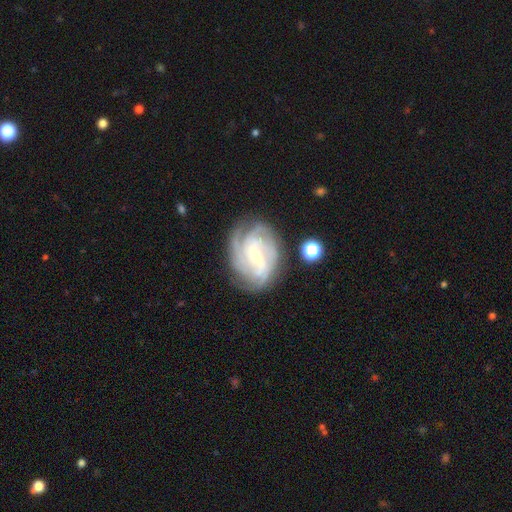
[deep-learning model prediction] Smooth or featured: featured or disk — 87% (smooth — 7%)
Edge-on disk: no — 97% (yes — 3%)
Bar: weak — 49% (strong — 28%)
Spiral arms: yes — 97% (no — 3%)
Spiral winding: tight — 58% (medium — 34%)
Spiral arm count: 4 — 30% (tied with 3 — 30%)
Bulge size: small — 57% (moderate — 39%)
Merging: none — 75% (minor disturbance — 16%)